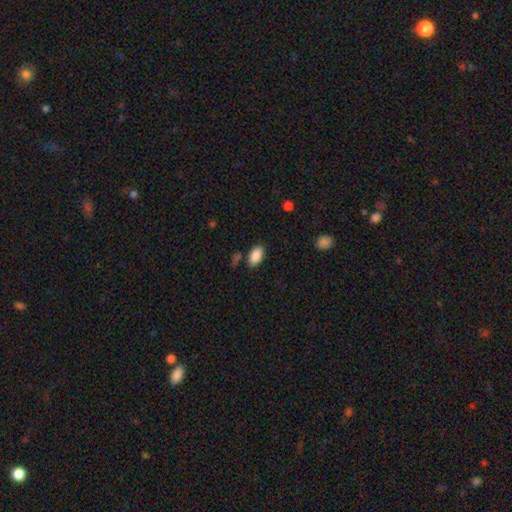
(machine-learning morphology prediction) type=smooth (88%); roundness=in between (93%); merging=none (80%).